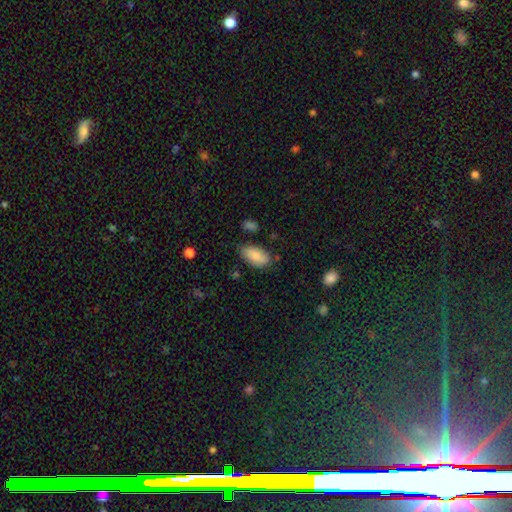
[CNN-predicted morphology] The model was most divided on "merging": none: 71%, minor disturbance: 22%, major disturbance: 4%, merger: 3%. More confident: how rounded — in between (94%); smooth or featured — smooth (85%).